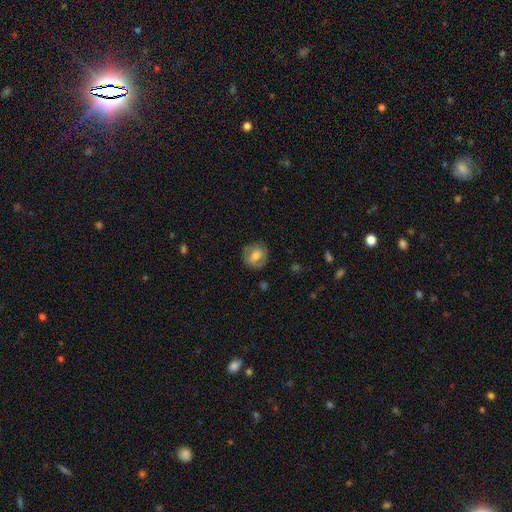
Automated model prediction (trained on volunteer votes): Q: Smooth or featured?
A: smooth (57%); runner-up: featured or disk (35%)
Q: How rounded?
A: round (80%); runner-up: in between (18%)
Q: Merging?
A: none (78%); runner-up: minor disturbance (16%)